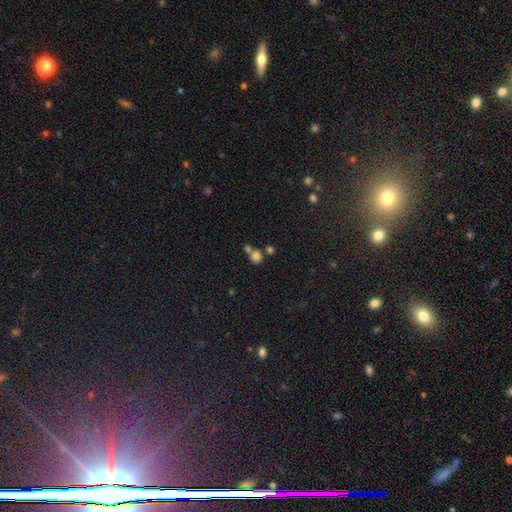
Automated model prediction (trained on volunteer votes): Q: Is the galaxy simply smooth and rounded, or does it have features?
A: smooth — 77%.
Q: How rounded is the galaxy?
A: round — 77%.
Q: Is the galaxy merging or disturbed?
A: none — 45%.